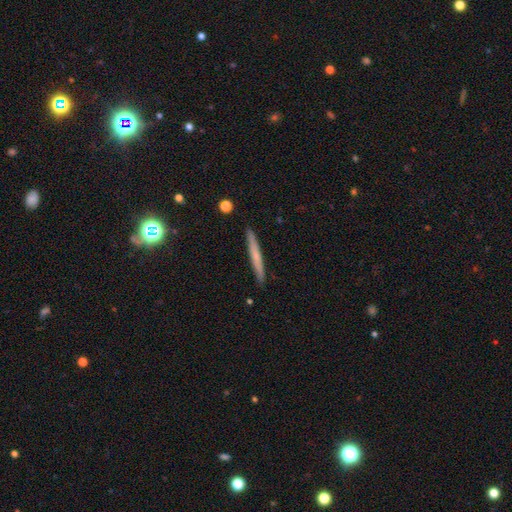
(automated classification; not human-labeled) This is possibly a smooth galaxy (54%). How rounded: clearly cigar-shaped (97%). Merging: clearly none (91%).